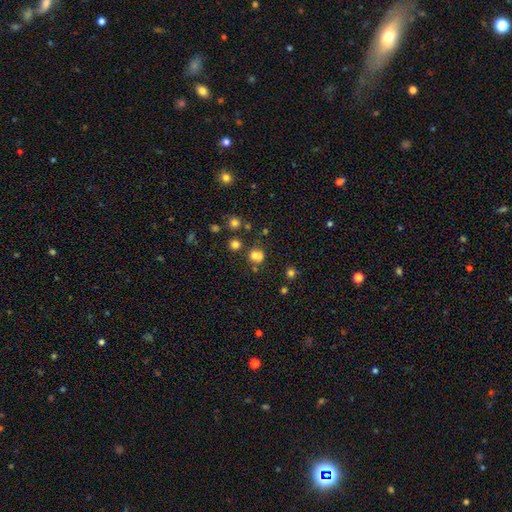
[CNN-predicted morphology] Overall: smooth (69%). How rounded: round (81%). Merging: none (49%; merger 37%).